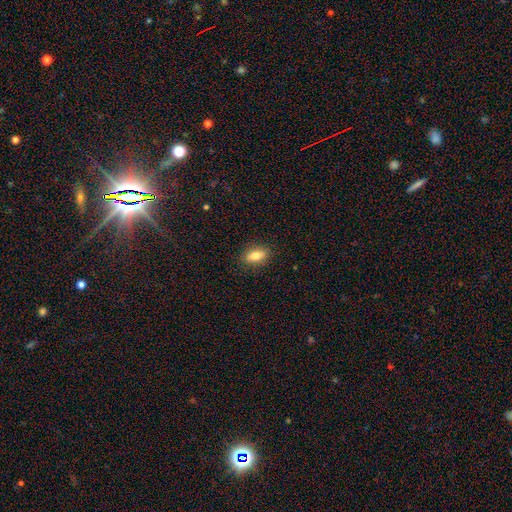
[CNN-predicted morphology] A smooth galaxy with no disk features (78%) that is in between round and cigar-shaped (85%). Merging: none (87%).